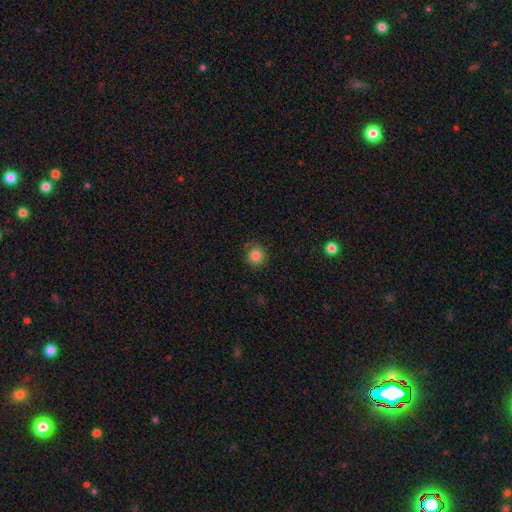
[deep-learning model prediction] Smooth or featured: smooth — 84% (star or artifact — 11%)
How rounded: round — 92% (in between — 7%)
Merging: none — 86% (minor disturbance — 10%)